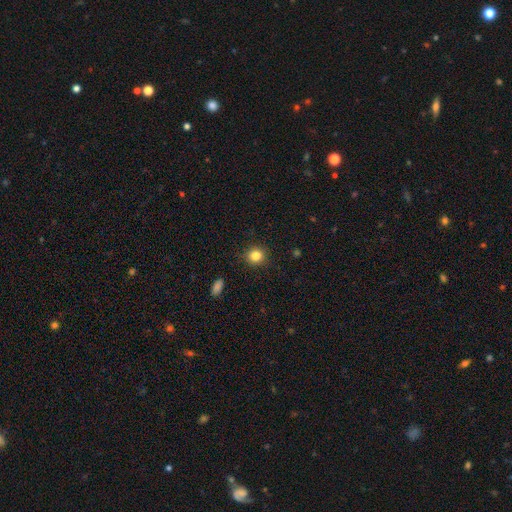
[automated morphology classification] A smooth galaxy with no disk features (84%) that is round (87%).

Vote fractions:
- Smooth or featured? smooth: 84% / star or artifact: 11% / featured or disk: 5%
- How rounded? round: 87% / in between: 12% / cigar-shaped: 1%
- Merging? none: 89% / minor disturbance: 7% / major disturbance: 2% / merger: 1%